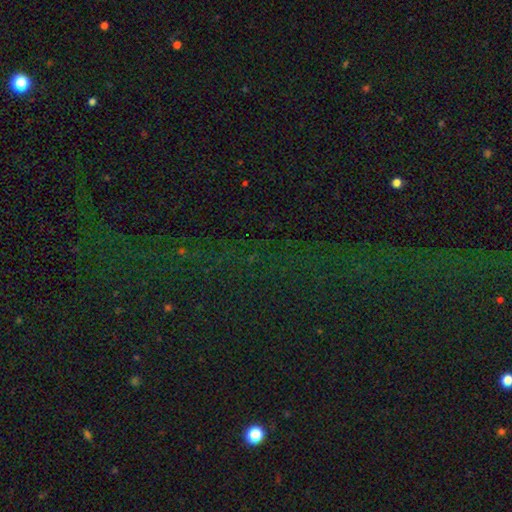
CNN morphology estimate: The model was most divided on "smooth or featured": star or artifact: 78%, smooth: 11%, featured or disk: 11%.